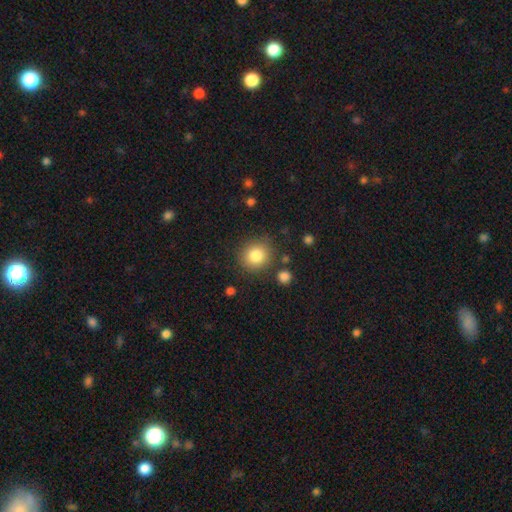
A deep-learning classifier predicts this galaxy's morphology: Smooth or featured?
  - smooth: 83% *
  - star or artifact: 10%
  - featured or disk: 7%
How rounded?
  - round: 86% *
  - in between: 13%
  - cigar-shaped: 1%
Merging?
  - none: 82% *
  - minor disturbance: 10%
  - merger: 4%
  - major disturbance: 4%